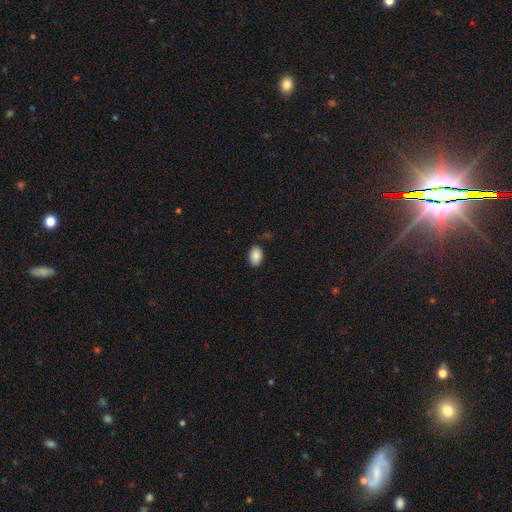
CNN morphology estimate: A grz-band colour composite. It shows a smooth galaxy with no disk features (88%) that is in between round and cigar-shaped (87%). Merging: none (85%).